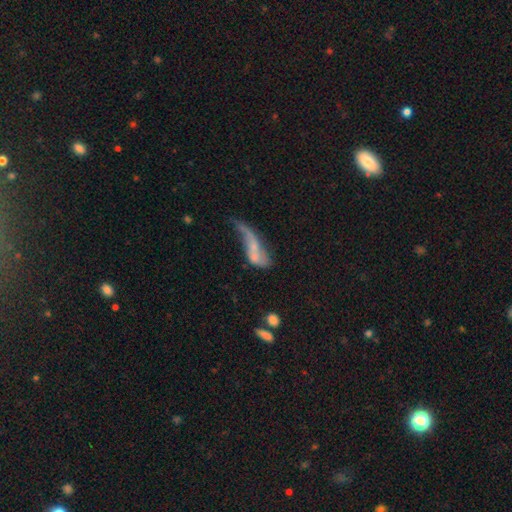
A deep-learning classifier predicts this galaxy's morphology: smooth_or_featured: featured or disk (p=0.53) [alt: smooth p=0.36]
disk_edge_on: no (p=0.85) [alt: yes p=0.15]
merging: major disturbance (p=0.39) [alt: merger p=0.22]